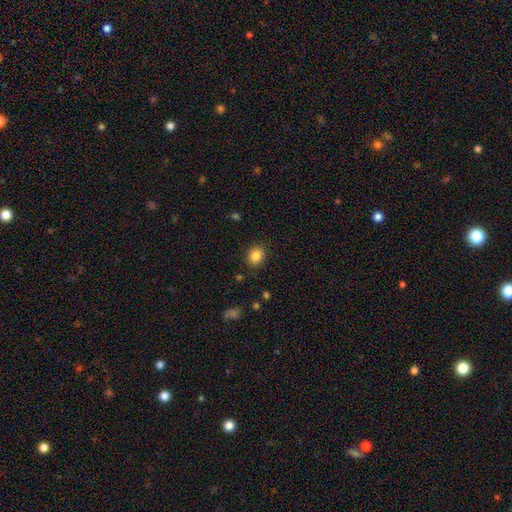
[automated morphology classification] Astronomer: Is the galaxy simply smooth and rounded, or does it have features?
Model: smooth — 85%.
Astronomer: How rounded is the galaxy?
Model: round — 64%.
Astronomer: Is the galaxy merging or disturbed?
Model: none — 87%.